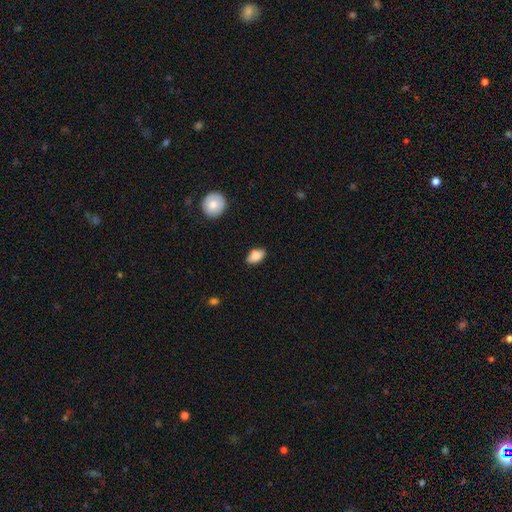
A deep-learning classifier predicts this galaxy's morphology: Smooth or featured?
  - smooth: 83% *
  - featured or disk: 9%
  - star or artifact: 7%
How rounded?
  - in between: 89% *
  - round: 8%
  - cigar-shaped: 3%
Merging?
  - none: 80% *
  - minor disturbance: 15%
  - major disturbance: 3%
  - merger: 1%